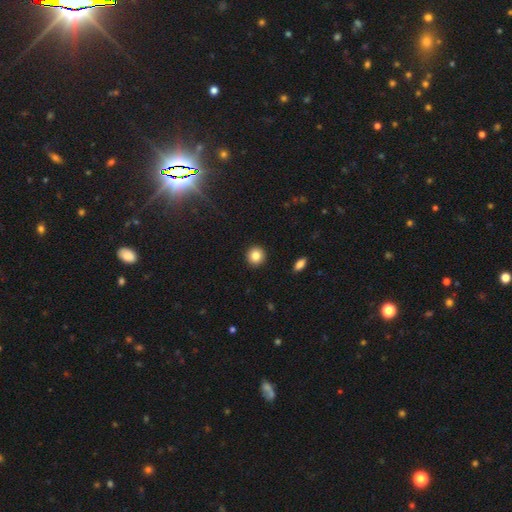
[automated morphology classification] smooth_or_featured: smooth (p=0.84) [alt: star or artifact p=0.09]
how_rounded: round (p=0.94) [alt: in between p=0.05]
merging: none (p=0.93) [alt: minor disturbance p=0.04]